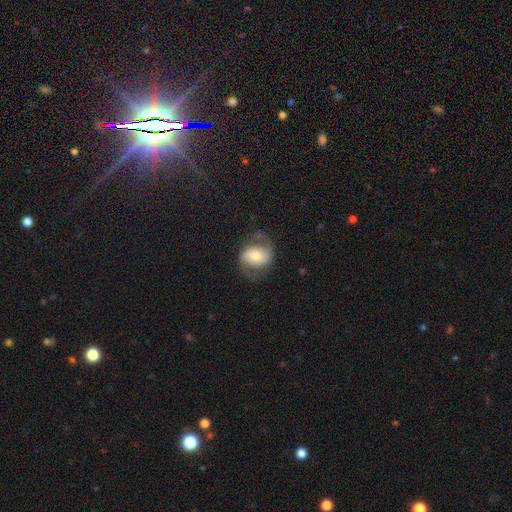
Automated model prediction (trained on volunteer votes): Q: Smooth or featured?
A: featured or disk (62%); runner-up: smooth (30%)
Q: Edge-on disk?
A: no (97%); runner-up: yes (3%)
Q: Bar?
A: no (54%); runner-up: weak (29%)
Q: Spiral arms?
A: yes (85%); runner-up: no (15%)
Q: Spiral winding?
A: medium (45%); runner-up: loose (39%)
Q: Spiral arm count?
A: 2 (89%); runner-up: can't tell (5%)
Q: Bulge size?
A: moderate (55%); runner-up: small (31%)
Q: Merging?
A: none (66%); runner-up: minor disturbance (18%)